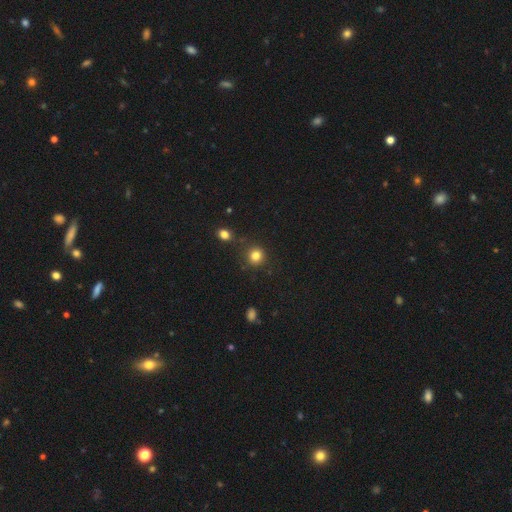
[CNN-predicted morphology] Smooth or featured? smooth (82%)
How rounded? round (91%)
Merging? none (85%)